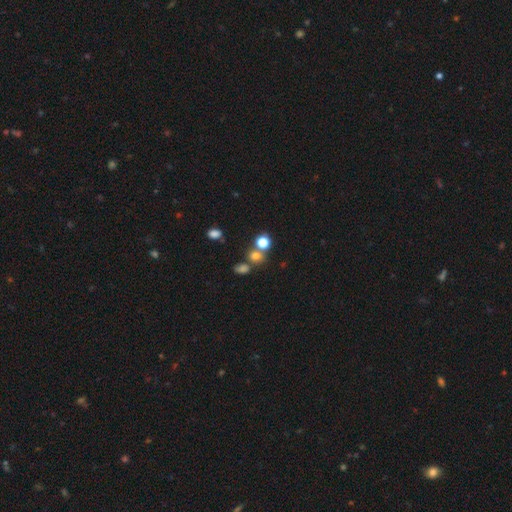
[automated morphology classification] Smooth or featured? Predicted: smooth (p=0.70). How rounded? Predicted: round (p=0.77). Merging? Predicted: none (p=0.55).